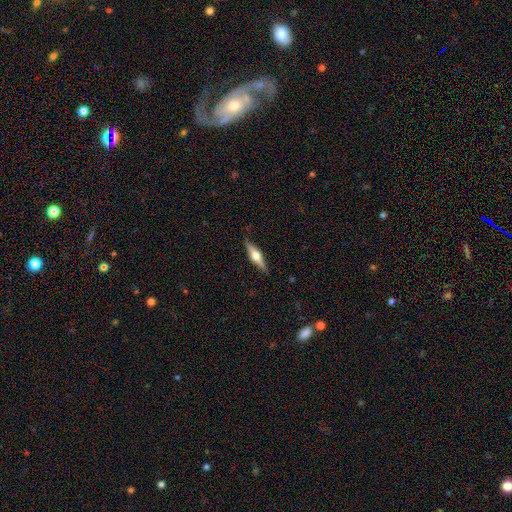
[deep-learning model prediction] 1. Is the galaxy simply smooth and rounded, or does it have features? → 64% featured or disk, 30% smooth, 6% star or artifact.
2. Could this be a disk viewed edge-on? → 96% yes, 4% no.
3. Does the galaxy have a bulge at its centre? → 95% rounded, 4% boxy, 2% none.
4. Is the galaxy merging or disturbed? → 88% none, 9% minor disturbance, 2% major disturbance, 1% merger.